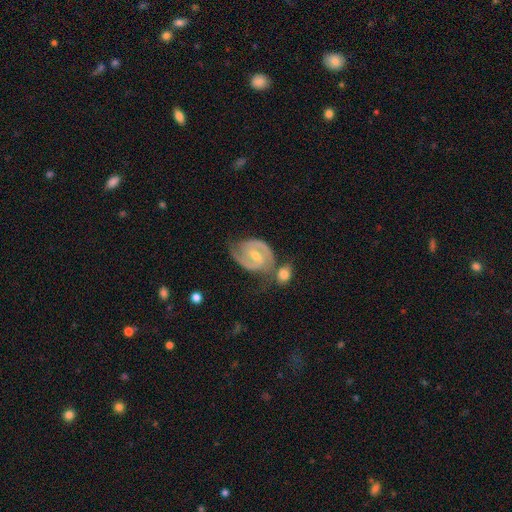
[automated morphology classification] A featured or disk galaxy (89%) with a weak bar (49%), 2 (87%) medium (46%) spiral arms (97%) and a moderate central bulge (52%). Merging: none (52%).